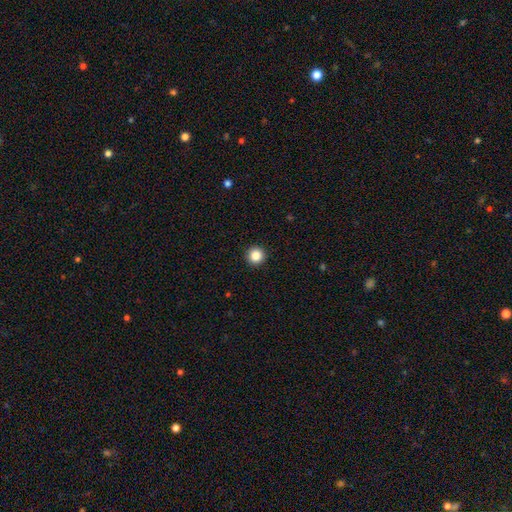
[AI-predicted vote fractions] Smooth or featured? smooth (86%)
How rounded? round (96%)
Merging? none (94%)